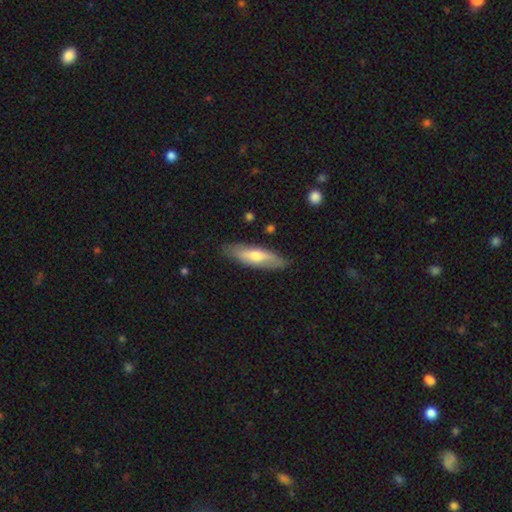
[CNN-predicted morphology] This is possibly a smooth galaxy (53%). How rounded: possibly cigar-shaped (55%). Merging: clearly none (83%).